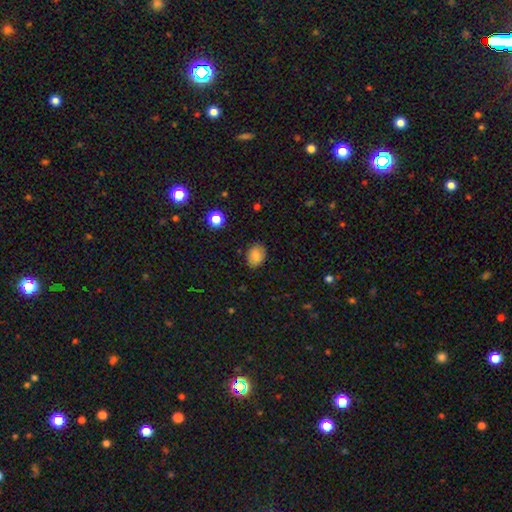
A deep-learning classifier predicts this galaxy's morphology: This appears to be a smooth galaxy with no disk features (80%) that is in between round and cigar-shaped (69%). Merging: none (85%).